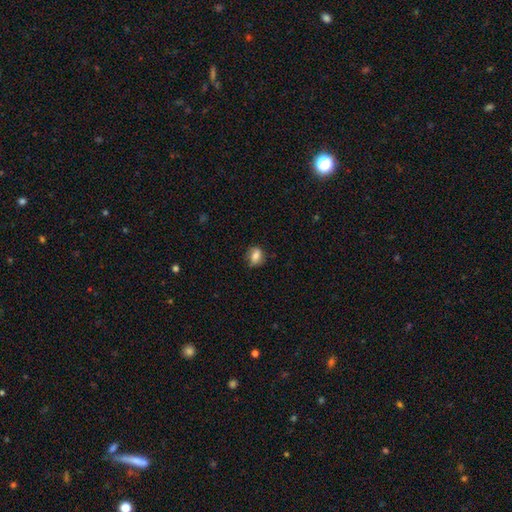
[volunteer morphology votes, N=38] Overall: smooth (87%). How rounded: in between (61%; round 39%). Merging: none (57%; minor disturbance 32%).